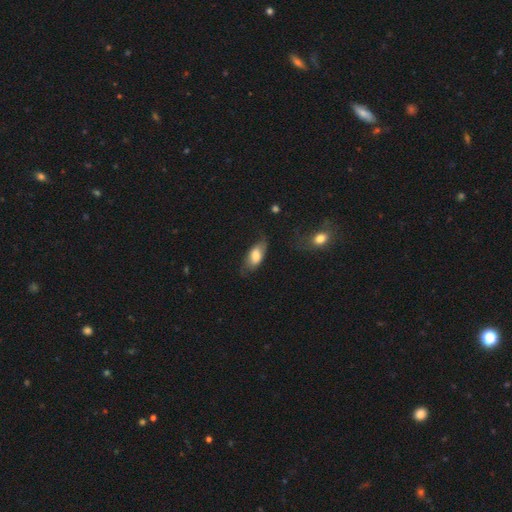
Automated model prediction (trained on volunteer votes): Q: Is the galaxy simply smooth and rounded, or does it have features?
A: smooth — 70%.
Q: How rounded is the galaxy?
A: in between — 88%.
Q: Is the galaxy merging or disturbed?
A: none — 60%.